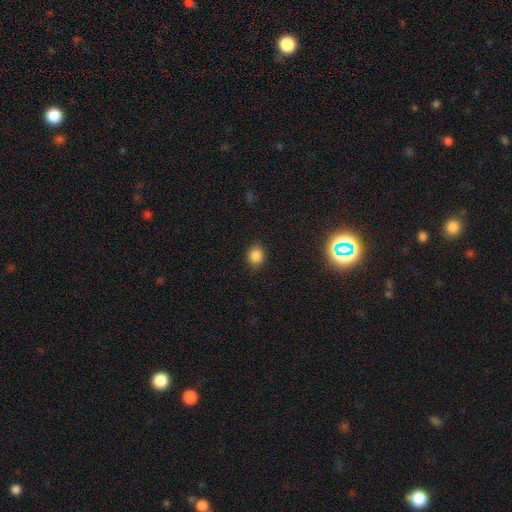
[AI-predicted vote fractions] Smooth or featured? smooth (85%)
How rounded? round (59%)
Merging? none (88%)